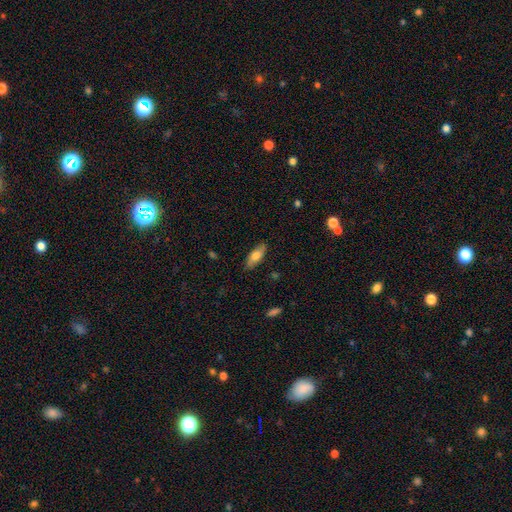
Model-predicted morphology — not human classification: smooth-or-featured: smooth: 74% | featured or disk: 20% | star or artifact: 7%
  how-rounded: in between: 70% | cigar-shaped: 28% | round: 2%
  merging: none: 85% | minor disturbance: 12% | major disturbance: 2% | merger: 1%